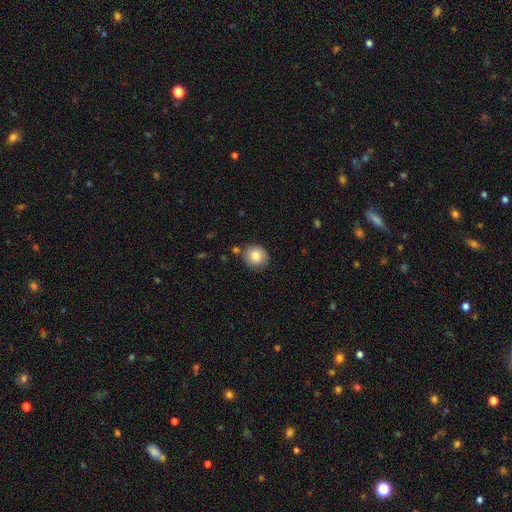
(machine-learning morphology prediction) Smooth or featured: smooth — 84% (star or artifact — 8%)
How rounded: round — 88% (in between — 11%)
Merging: none — 79% (minor disturbance — 12%)